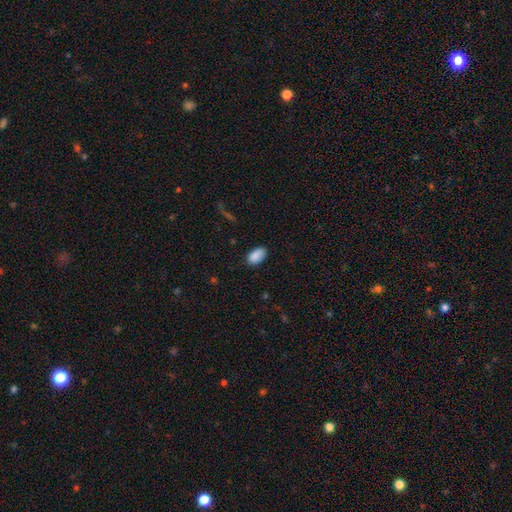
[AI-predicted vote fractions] The model was most divided on "merging": none: 79%, minor disturbance: 17%, major disturbance: 3%, merger: 1%. More confident: how rounded — in between (93%); smooth or featured — smooth (88%).